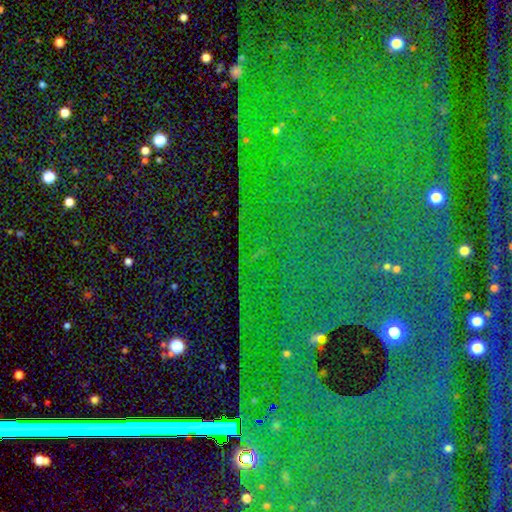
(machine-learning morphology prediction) This appears to be a star or artifact, not a galaxy (83%).